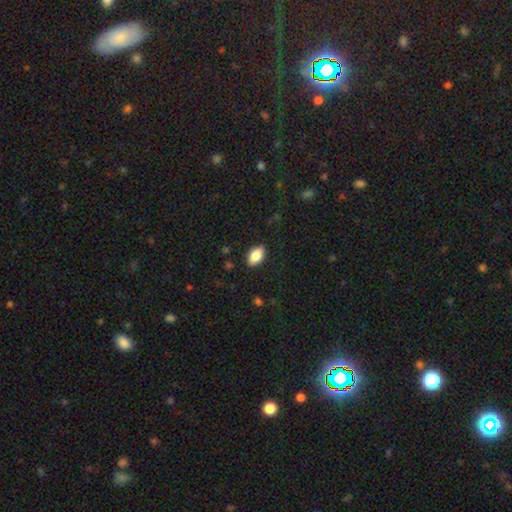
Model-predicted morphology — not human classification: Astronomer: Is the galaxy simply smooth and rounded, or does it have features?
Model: smooth — 86%.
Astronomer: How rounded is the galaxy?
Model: in between — 93%.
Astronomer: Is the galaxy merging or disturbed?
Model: none — 88%.